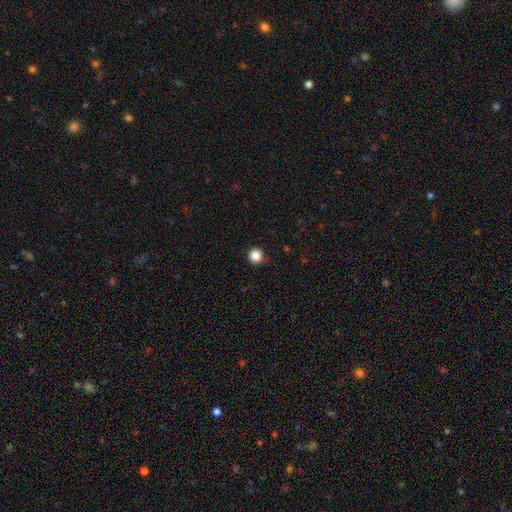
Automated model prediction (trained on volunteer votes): smooth-or-featured: smooth: 85% | star or artifact: 11% | featured or disk: 4%
  how-rounded: round: 96% | in between: 3% | cigar-shaped: 1%
  merging: none: 92% | minor disturbance: 6% | major disturbance: 2% | merger: 1%